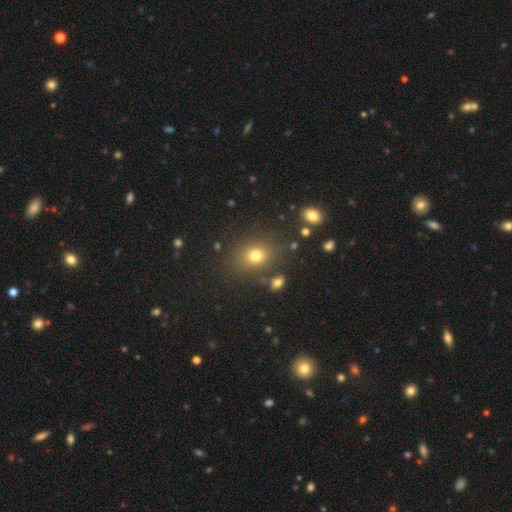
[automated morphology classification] smooth_or_featured: smooth (p=0.75) [alt: star or artifact p=0.16]
how_rounded: round (p=0.51) [alt: in between p=0.48]
merging: none (p=0.80) [alt: minor disturbance p=0.11]